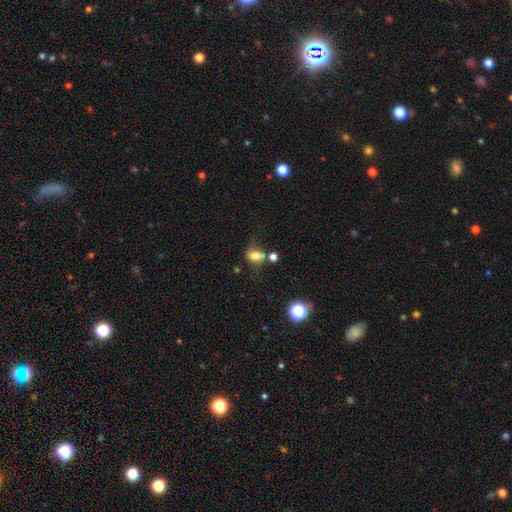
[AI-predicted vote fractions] This appears to be a smooth galaxy with no disk features (73%) that is in between round and cigar-shaped (74%). Merging: none (48%).